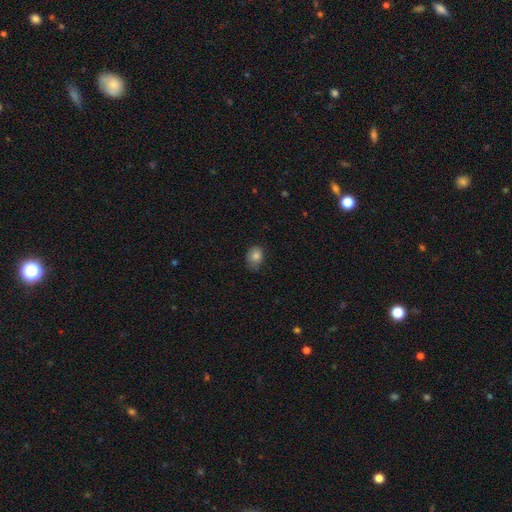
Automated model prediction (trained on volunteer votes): Smooth or featured? smooth (82%)
How rounded? in between (56%)
Merging? none (59%)